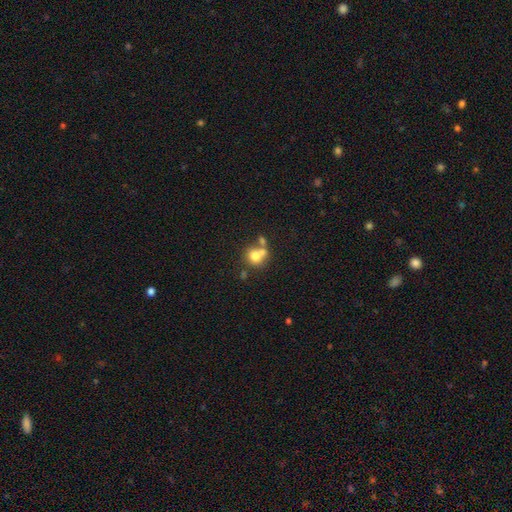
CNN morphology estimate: Smooth or featured: smooth — 72% (featured or disk — 17%)
How rounded: round — 78% (in between — 21%)
Merging: merger — 45% (none — 42%)